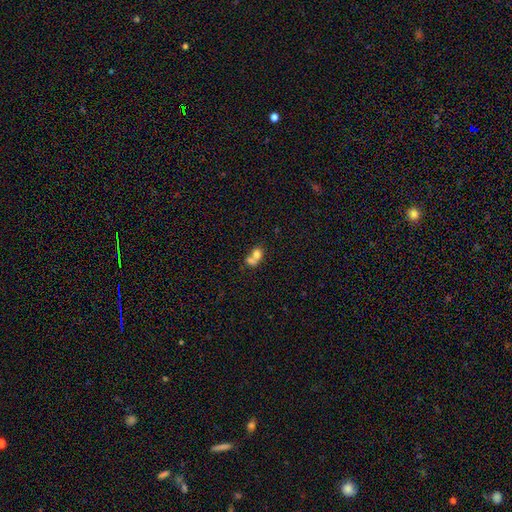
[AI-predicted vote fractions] Morphology: type=smooth (73%); roundness=round (55%); merging=merger (68%).